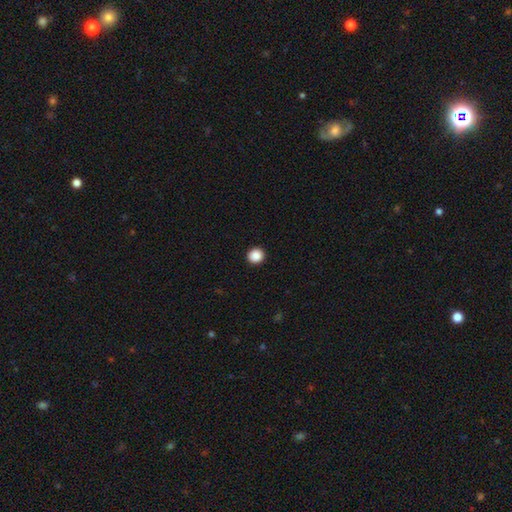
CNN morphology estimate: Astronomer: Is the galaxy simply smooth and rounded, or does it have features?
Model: smooth — 88%.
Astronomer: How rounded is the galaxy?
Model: round — 93%.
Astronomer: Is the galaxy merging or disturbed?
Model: none — 94%.